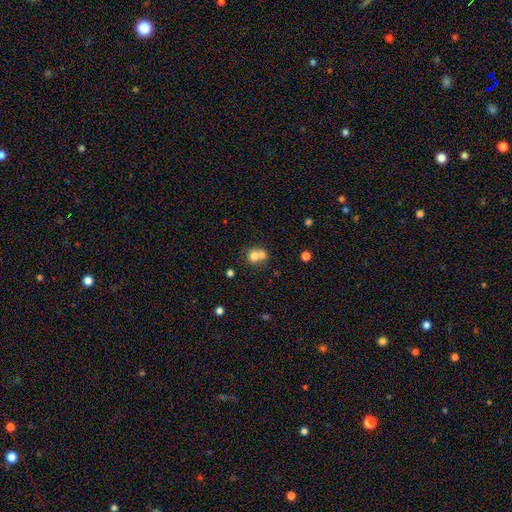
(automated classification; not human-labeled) Smooth or featured? Predicted: smooth (p=0.71). How rounded? Predicted: round (p=0.73). Merging? Predicted: merger (p=0.62).